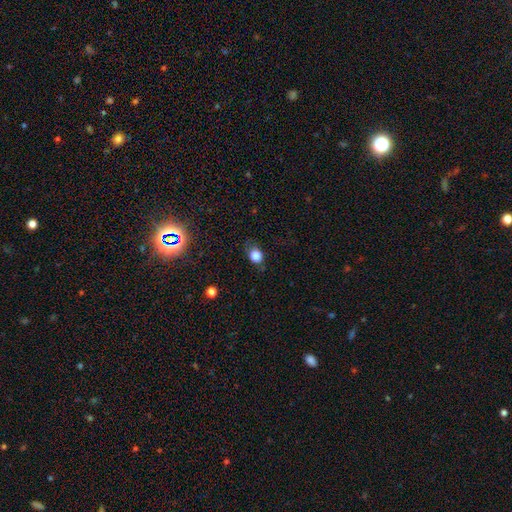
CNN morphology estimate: Smooth or featured? smooth (83%)
How rounded? round (57%)
Merging? none (66%)